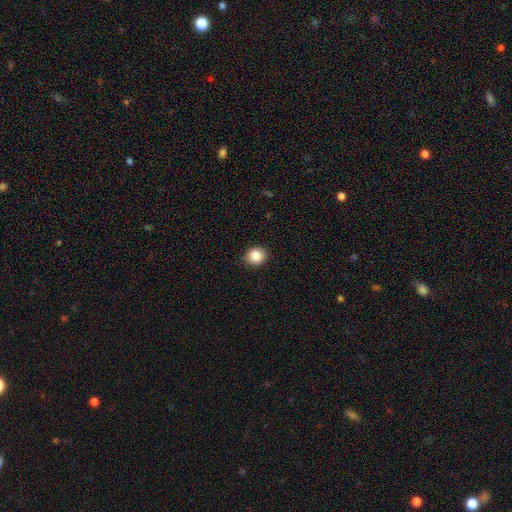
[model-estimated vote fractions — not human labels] Smooth or featured? Predicted: smooth (p=0.86). How rounded? Predicted: round (p=0.84). Merging? Predicted: none (p=0.91).